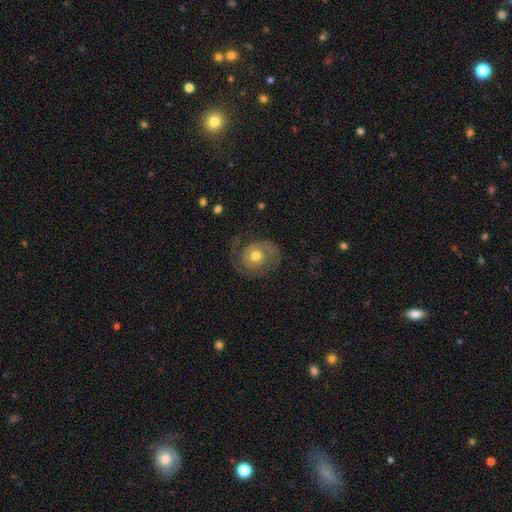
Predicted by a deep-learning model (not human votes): smooth-or-featured: featured or disk: 65% | smooth: 28% | star or artifact: 7%
  disk-edge-on: no: 97% | yes: 3%
    bar: no: 81% | weak: 16% | strong: 3%
    has-spiral-arms: yes: 83% | no: 17%
      spiral-winding: tight: 44% | medium: 37% | loose: 20%
      spiral-arm-count: 2: 62% | 1: 19% | can't tell: 12% | 3: 3% | 4: 2% | more than 4: 2%
    bulge-size: moderate: 72% | small: 18% | large: 7% | dominant: 1% | none: 1%
  merging: none: 61% | minor disturbance: 19% | major disturbance: 18% | merger: 2%